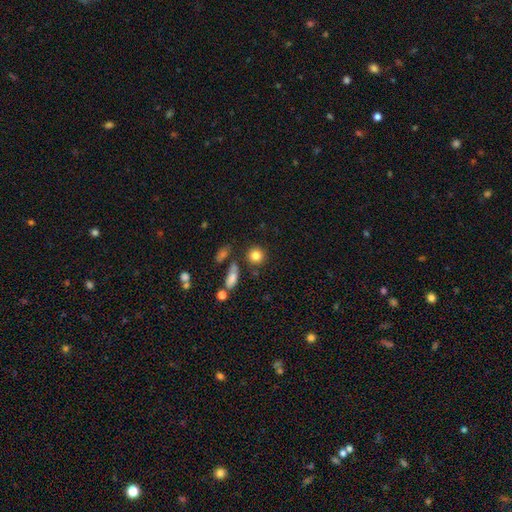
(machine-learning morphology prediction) smooth 82%, star or artifact 10%, featured or disk 7%. Down the decision tree: how rounded — round (88%); merging — none (81%).